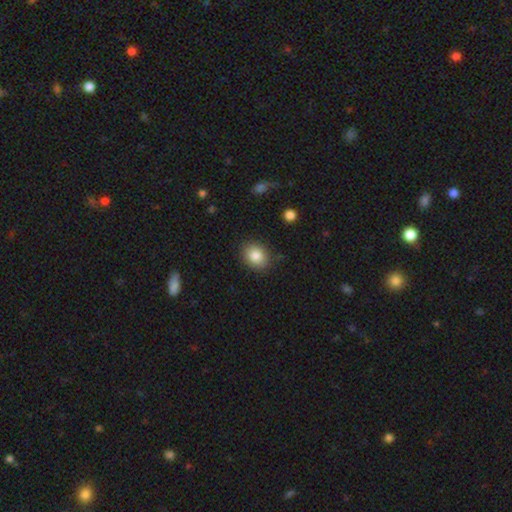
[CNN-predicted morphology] smooth 84%, star or artifact 9%, featured or disk 7%. Down the decision tree: how rounded — round (54%); merging — none (84%).